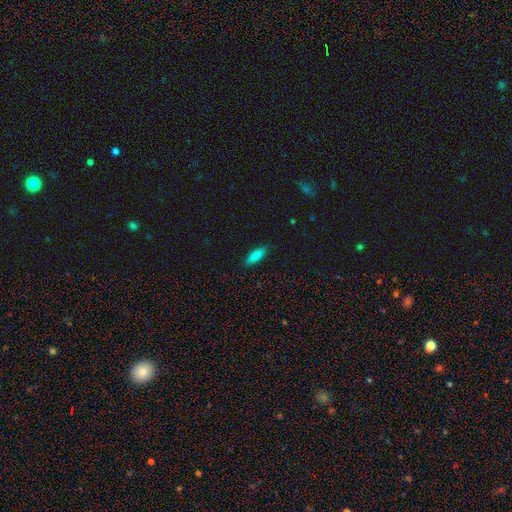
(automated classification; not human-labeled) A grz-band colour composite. It shows a smooth galaxy with no disk features (86%) that is in between round and cigar-shaped (55%). Merging: none (87%).